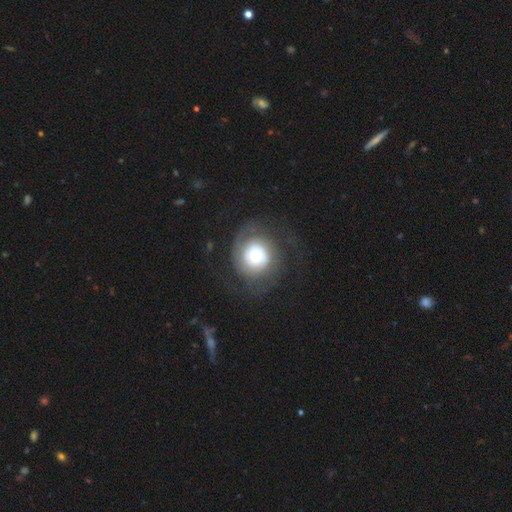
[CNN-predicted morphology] A featured or disk galaxy (60%) with no bar (82%), spiral arms (83%) and a moderate central bulge (38%).

Vote fractions:
- Smooth or featured? featured or disk: 60% / smooth: 33% / star or artifact: 8%
- Edge-on disk? no: 97% / yes: 3%
- Bar? no: 82% / weak: 14% / strong: 4%
- Spiral arms? yes: 83% / no: 17%
- Bulge size? moderate: 38% / large: 31% / small: 19% / dominant: 10% / none: 2%
- Merging? none: 65% / major disturbance: 19% / minor disturbance: 15% / merger: 2%